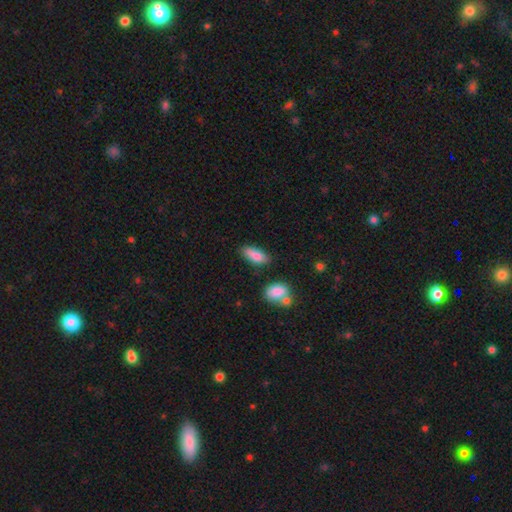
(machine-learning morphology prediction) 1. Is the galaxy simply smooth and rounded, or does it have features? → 84% smooth, 9% featured or disk, 7% star or artifact.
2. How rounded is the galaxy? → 74% in between, 23% cigar-shaped, 3% round.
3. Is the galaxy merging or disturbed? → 73% none, 17% minor disturbance, 6% merger, 4% major disturbance.